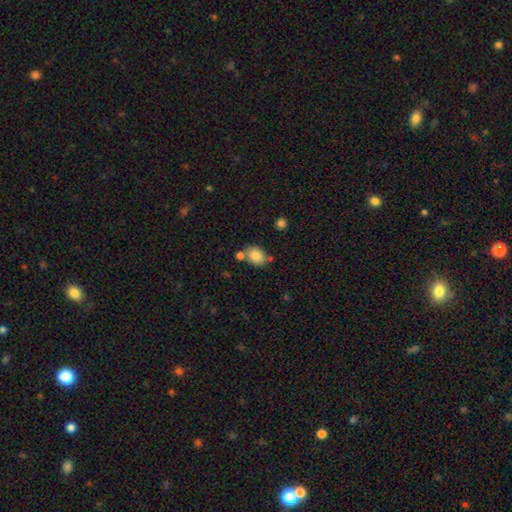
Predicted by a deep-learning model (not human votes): Smooth or featured? smooth (84%)
How rounded? in between (67%)
Merging? none (66%)